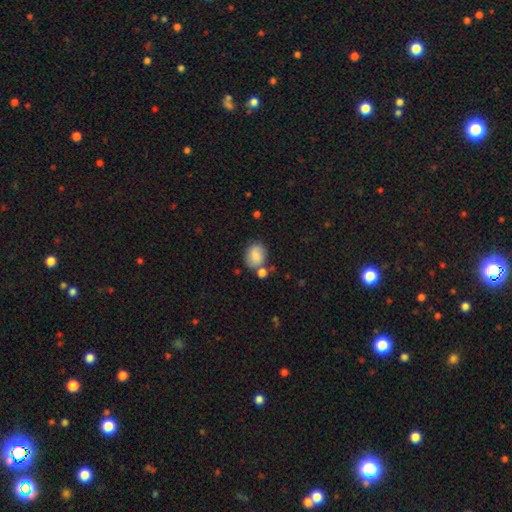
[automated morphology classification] type=smooth (82%); roundness=in between (55%); merging=none (61%).